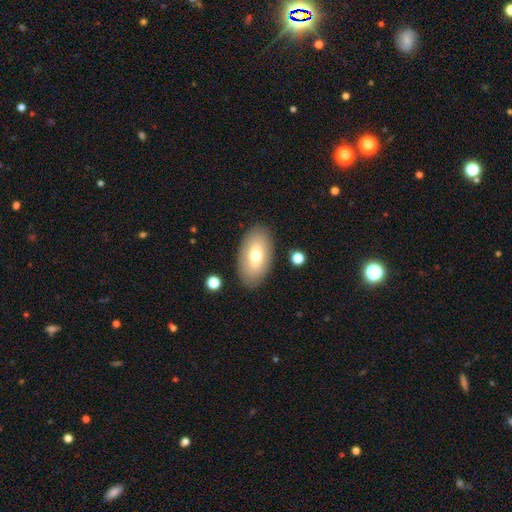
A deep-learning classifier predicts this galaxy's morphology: A smooth galaxy with no disk features (67%) that is in between round and cigar-shaped (93%). Merging: none (86%).